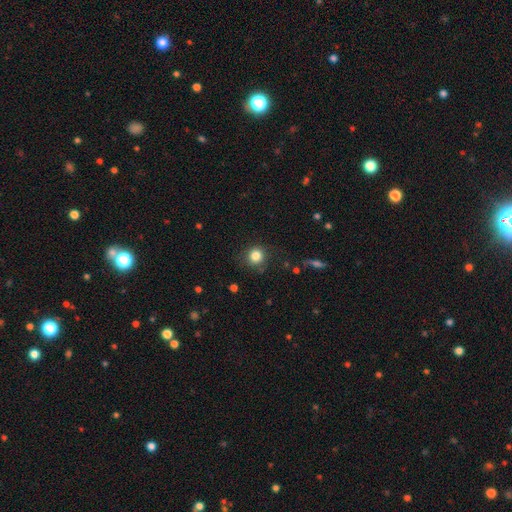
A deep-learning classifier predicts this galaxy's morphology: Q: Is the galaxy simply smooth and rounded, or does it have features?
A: smooth — 83%.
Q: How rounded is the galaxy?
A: round — 91%.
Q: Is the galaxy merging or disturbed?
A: none — 84%.